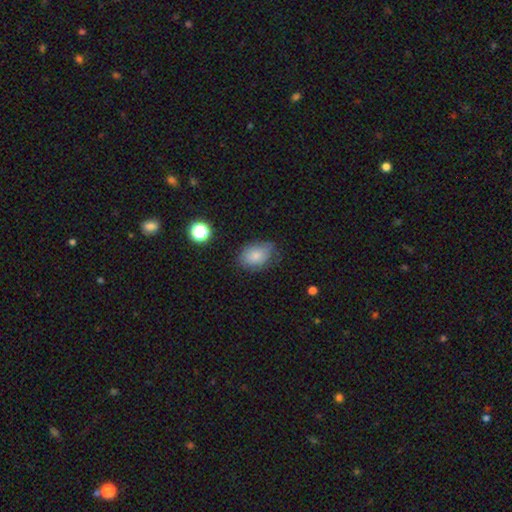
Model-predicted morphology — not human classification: type=smooth (77%); roundness=in between (78%); merging=none (65%).